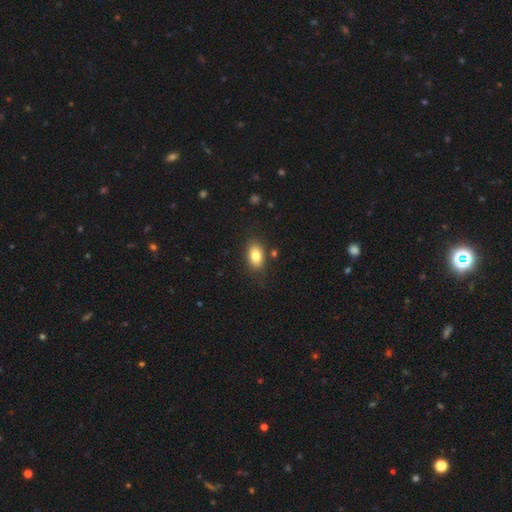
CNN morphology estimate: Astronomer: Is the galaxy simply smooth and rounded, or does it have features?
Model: smooth — 83%.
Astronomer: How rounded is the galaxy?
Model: in between — 87%.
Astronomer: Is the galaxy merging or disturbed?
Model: none — 82%.